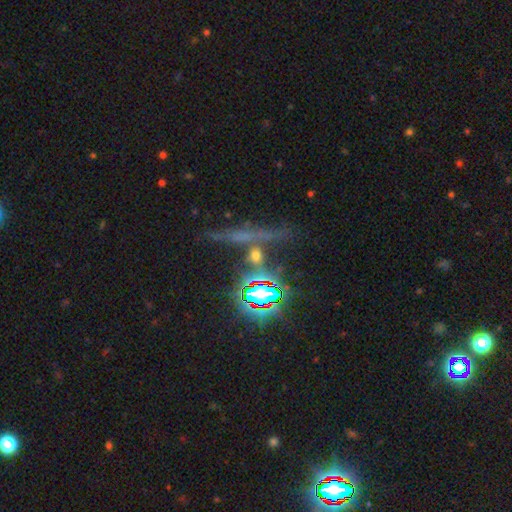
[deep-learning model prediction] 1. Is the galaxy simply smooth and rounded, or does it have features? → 57% star or artifact, 23% featured or disk, 20% smooth.